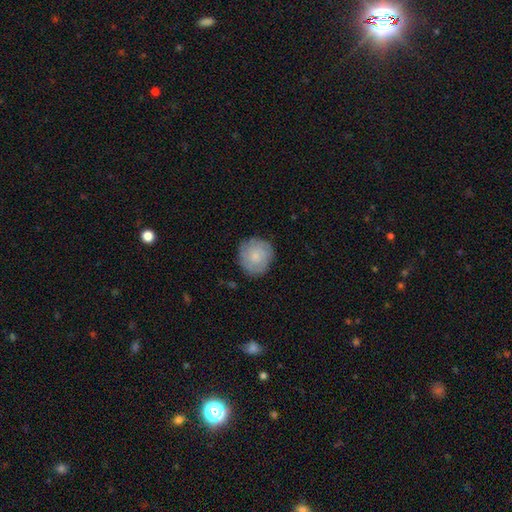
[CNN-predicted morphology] A smooth galaxy with no disk features (64%) that is round (89%). Merging: none (81%).